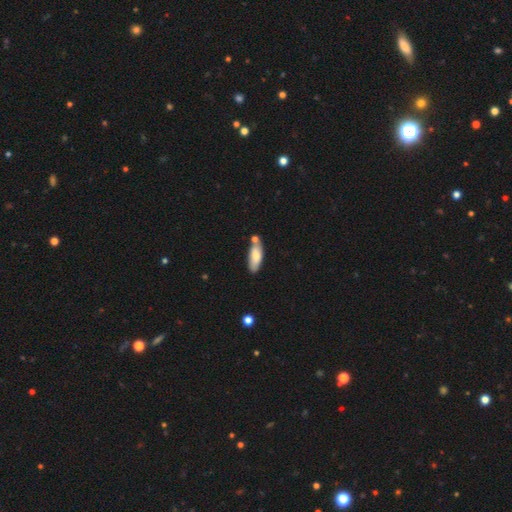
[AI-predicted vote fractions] Overall: smooth (76%). How rounded: in between (67%; cigar-shaped 31%). Merging: none (65%).